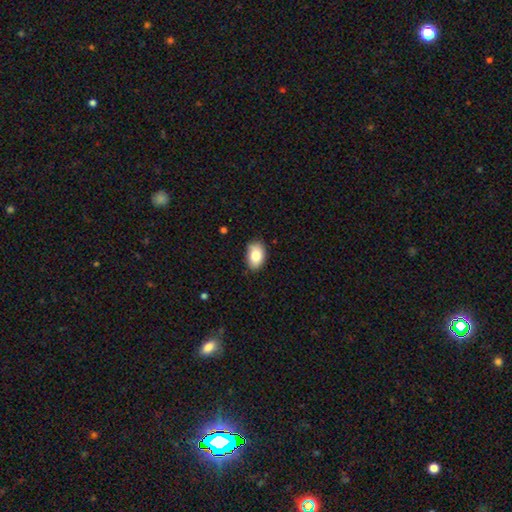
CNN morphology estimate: Smooth or featured? smooth (84%)
How rounded? in between (88%)
Merging? none (77%)